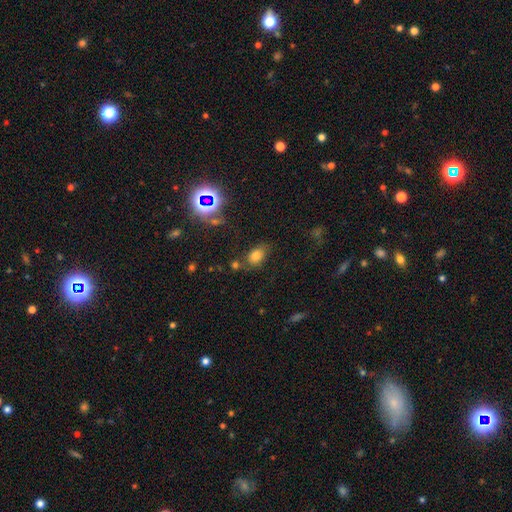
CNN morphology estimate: smooth 71%, star or artifact 18%, featured or disk 11%. Down the decision tree: how rounded — in between (77%); merging — none (66%).